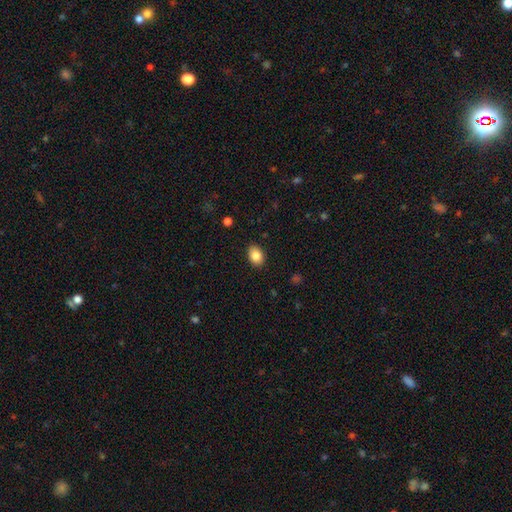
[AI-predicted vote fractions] A smooth galaxy with no disk features (85%) that is in between round and cigar-shaped (75%). Merging: none (88%).